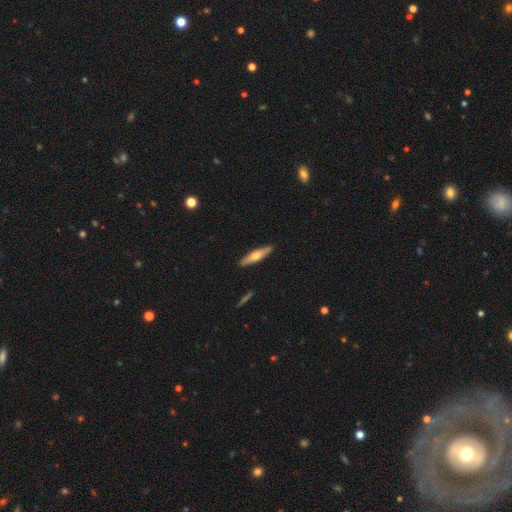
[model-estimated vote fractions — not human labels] This is possibly a smooth galaxy (49%). Merging: clearly none (90%).